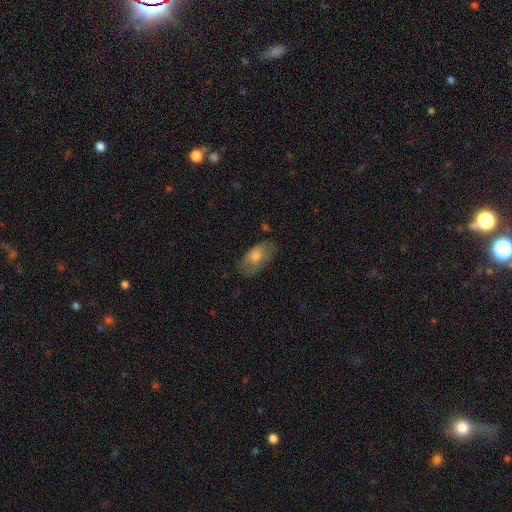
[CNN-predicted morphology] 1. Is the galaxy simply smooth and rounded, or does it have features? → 68% smooth, 24% featured or disk, 8% star or artifact.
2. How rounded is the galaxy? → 91% in between, 5% cigar-shaped, 4% round.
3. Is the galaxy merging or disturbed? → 70% none, 21% minor disturbance, 7% major disturbance, 2% merger.